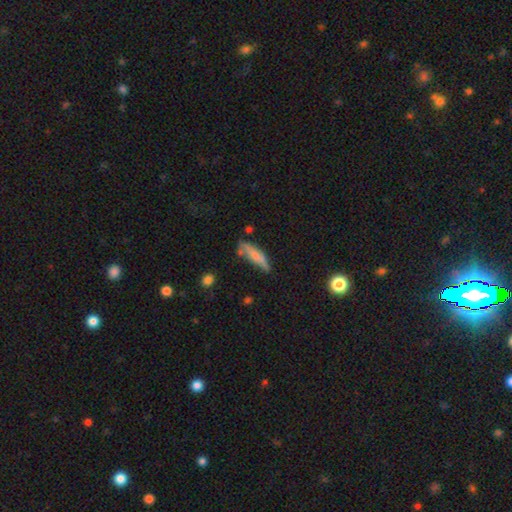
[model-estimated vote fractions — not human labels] smooth-or-featured: smooth: 66% | featured or disk: 27% | star or artifact: 7%
  how-rounded: cigar-shaped: 75% | in between: 23% | round: 2%
  merging: none: 57% | minor disturbance: 27% | major disturbance: 8% | merger: 7%